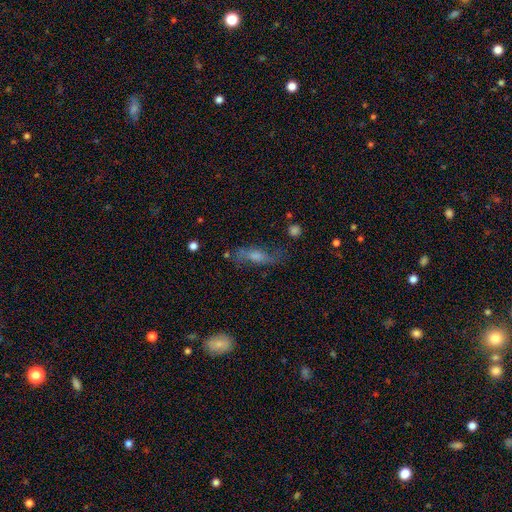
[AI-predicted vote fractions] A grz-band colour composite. It shows a featured or disk galaxy (52%). Merging: none (64%).